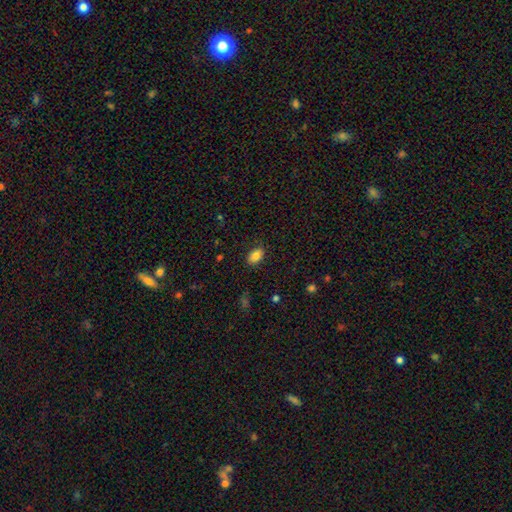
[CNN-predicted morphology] This is clearly a smooth galaxy (85%). How rounded: clearly in between (89%). Merging: clearly none (85%).